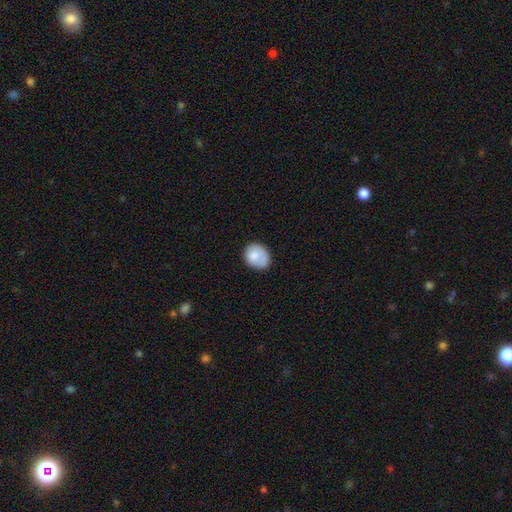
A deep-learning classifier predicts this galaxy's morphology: Overall: smooth (80%). How rounded: round (57%; in between 43%). Merging: none (67%).